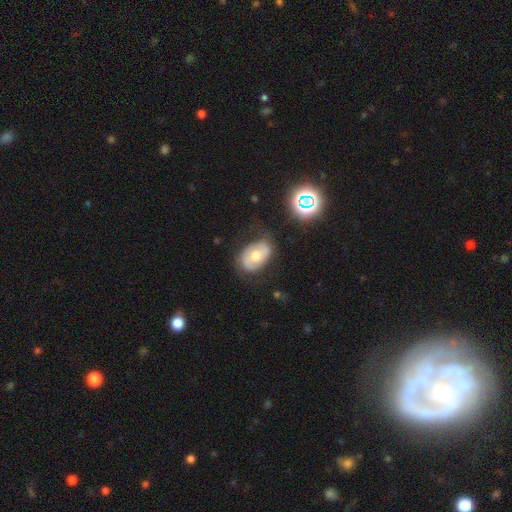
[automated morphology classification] Smooth or featured: featured or disk — 49% (smooth — 42%)
Merging: none — 66% (minor disturbance — 22%)